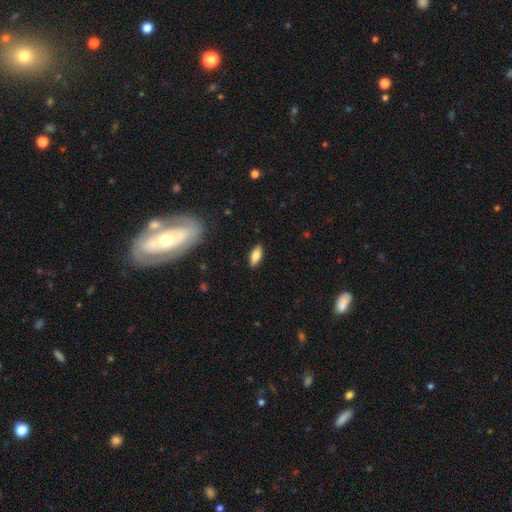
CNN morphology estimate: type=smooth (79%); roundness=in between (77%); merging=none (87%).